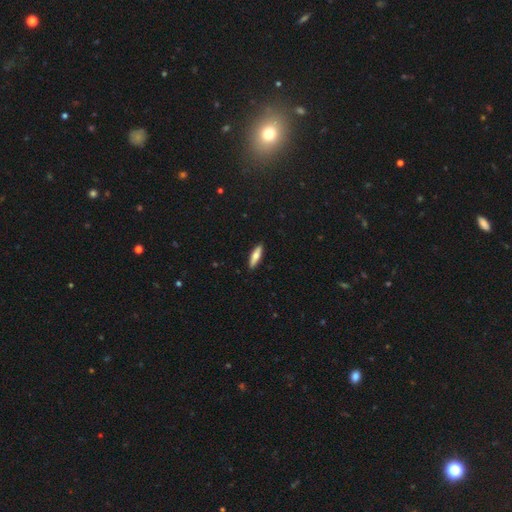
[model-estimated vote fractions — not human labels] smooth_or_featured: smooth (p=0.68) [alt: featured or disk p=0.26]
how_rounded: cigar-shaped (p=0.64) [alt: in between p=0.34]
merging: none (p=0.90) [alt: minor disturbance p=0.07]